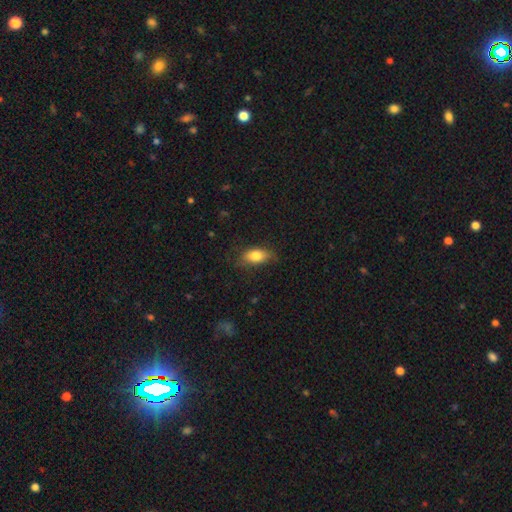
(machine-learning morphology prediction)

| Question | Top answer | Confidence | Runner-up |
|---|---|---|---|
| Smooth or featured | smooth | 80% | featured or disk (12%) |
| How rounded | in between | 86% | cigar-shaped (8%) |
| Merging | none | 68% | minor disturbance (24%) |